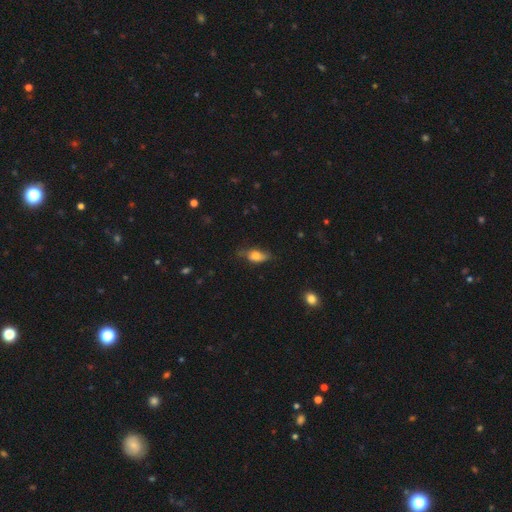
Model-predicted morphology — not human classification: This appears to be a smooth galaxy with no disk features (70%) that is in between round and cigar-shaped (82%). Merging: none (56%).